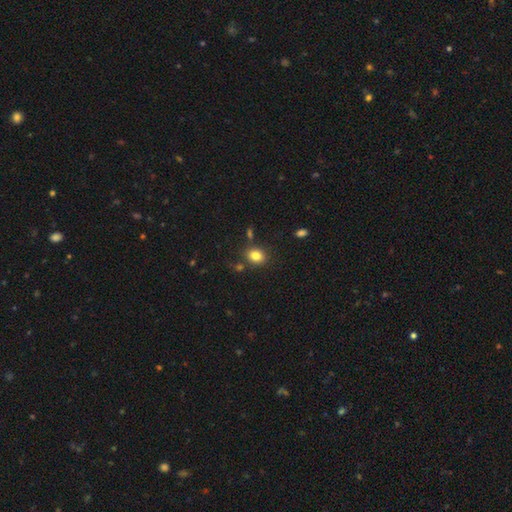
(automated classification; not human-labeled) Smooth or featured? smooth (82%)
How rounded? in between (53%)
Merging? none (80%)